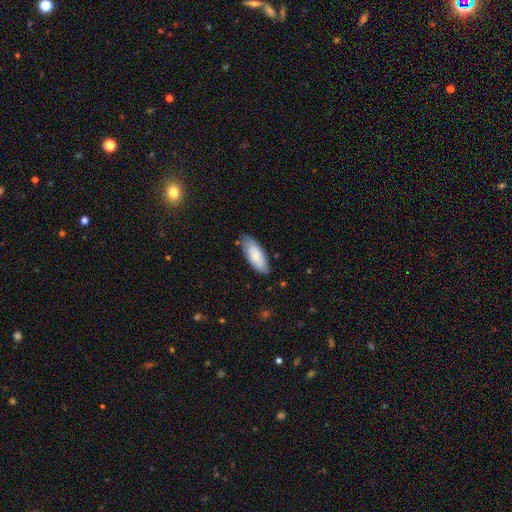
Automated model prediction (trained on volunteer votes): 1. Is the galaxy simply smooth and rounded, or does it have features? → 77% smooth, 17% featured or disk, 6% star or artifact.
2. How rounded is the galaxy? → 81% in between, 18% cigar-shaped, 2% round.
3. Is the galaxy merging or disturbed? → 75% none, 20% minor disturbance, 3% major disturbance, 2% merger.